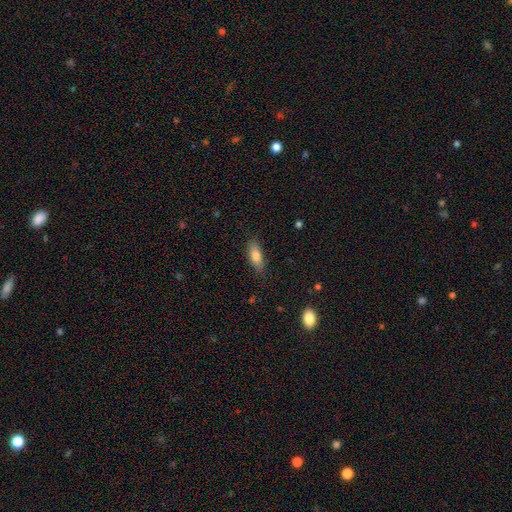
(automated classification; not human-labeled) The model was most divided on "how rounded": in between: 71%, cigar-shaped: 27%, round: 3%. More confident: merging — none (83%); smooth or featured — smooth (79%).